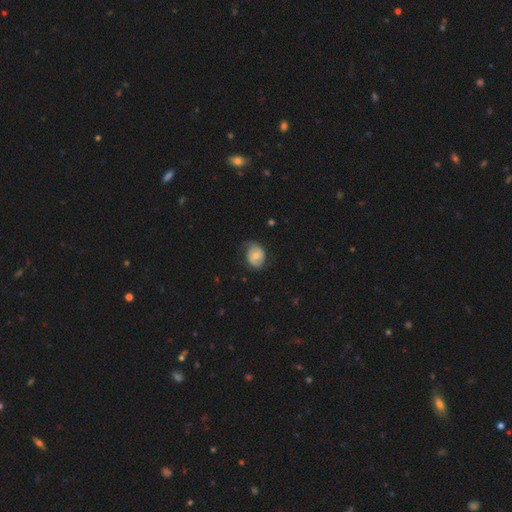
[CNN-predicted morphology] Smooth or featured: smooth — 48% (featured or disk — 45%)
Merging: none — 55% (minor disturbance — 31%)